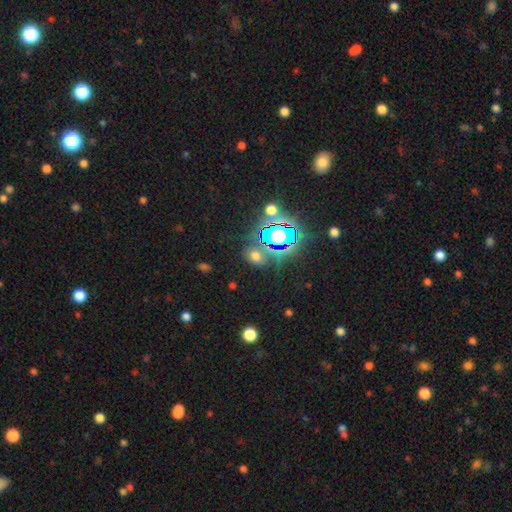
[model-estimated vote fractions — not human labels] star or artifact 82%, smooth 11%, featured or disk 7%.